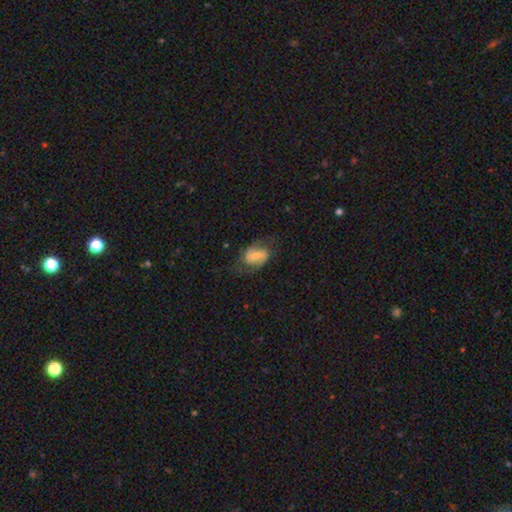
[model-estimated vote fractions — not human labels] smooth_or_featured: featured or disk (p=0.55) [alt: smooth p=0.37]
disk_edge_on: no (p=0.96) [alt: yes p=0.04]
bar: weak (p=0.44) [alt: no p=0.30]
has_spiral_arms: yes (p=0.82) [alt: no p=0.18]
bulge_size: moderate (p=0.45) [alt: small p=0.42]
merging: none (p=0.59) [alt: minor disturbance p=0.22]